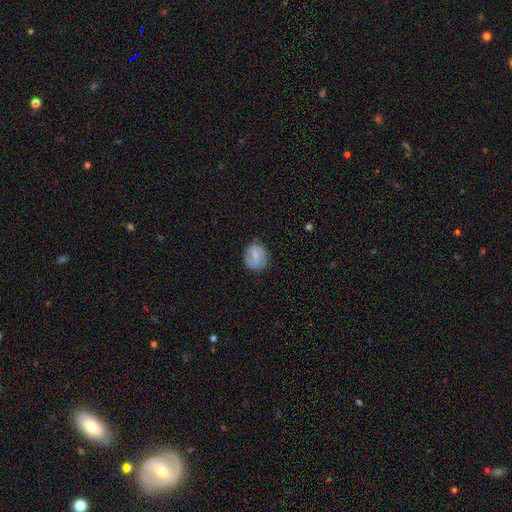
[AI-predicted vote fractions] Smooth or featured?
  - smooth: 57% *
  - featured or disk: 35%
  - star or artifact: 8%
How rounded?
  - round: 75% *
  - in between: 24%
  - cigar-shaped: 1%
Merging?
  - none: 74% *
  - minor disturbance: 19%
  - major disturbance: 6%
  - merger: 1%